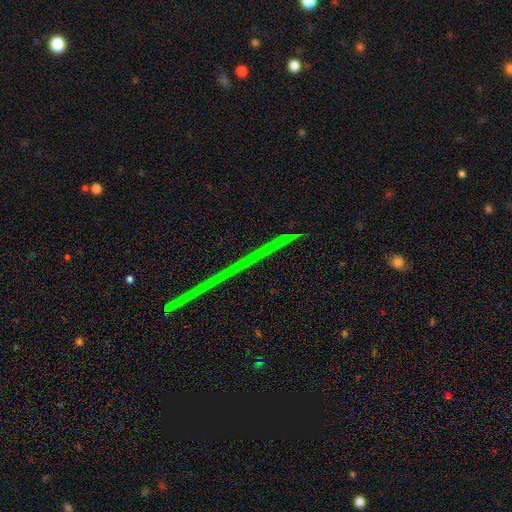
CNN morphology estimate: smooth-or-featured: star or artifact: 82% | featured or disk: 12% | smooth: 6%